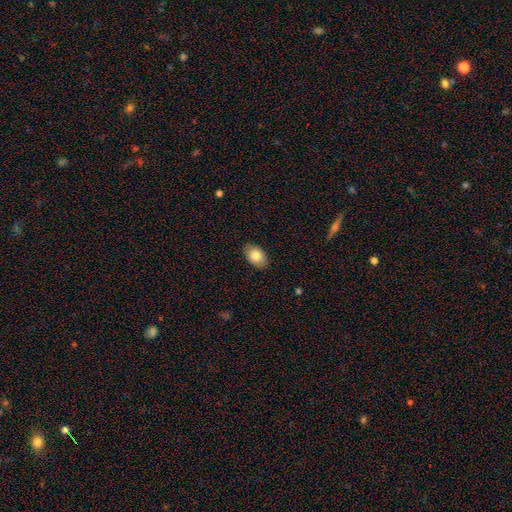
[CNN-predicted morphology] Overall: smooth (82%). How rounded: in between (88%). Merging: none (87%).